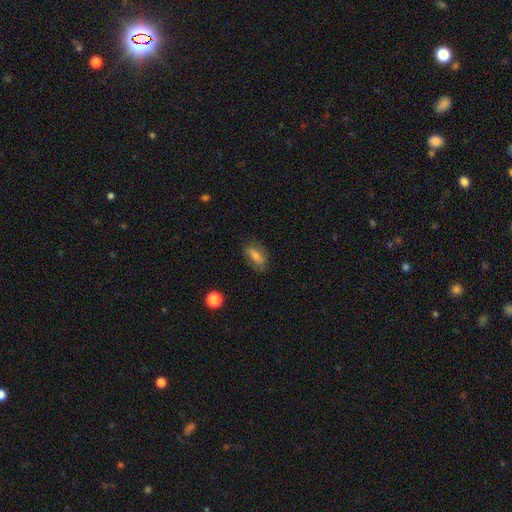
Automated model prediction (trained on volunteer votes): This is possibly a smooth galaxy (55%). How rounded: likely in between (73%). Merging: likely none (76%).